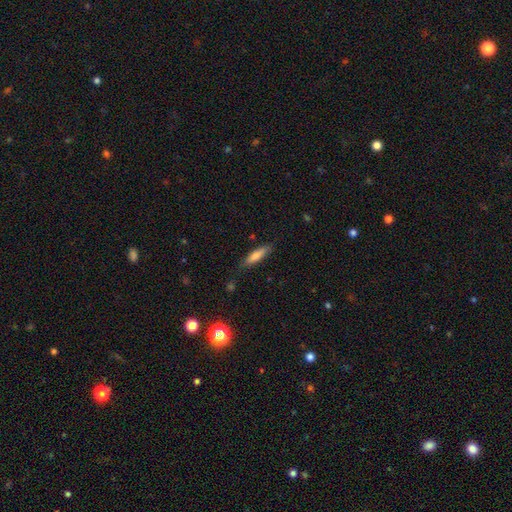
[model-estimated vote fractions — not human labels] smooth 73%, featured or disk 20%, star or artifact 7%. Down the decision tree: how rounded — cigar-shaped (74%); merging — none (81%).